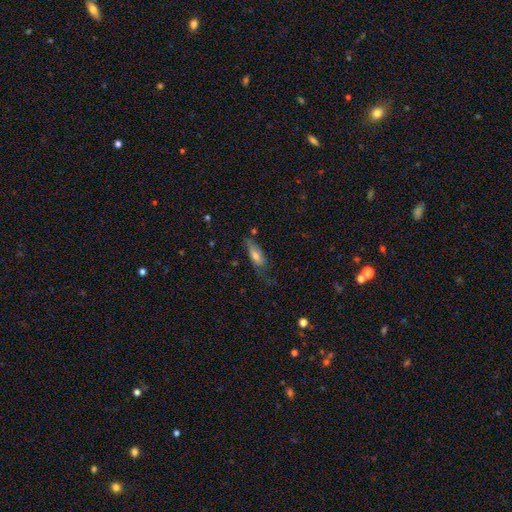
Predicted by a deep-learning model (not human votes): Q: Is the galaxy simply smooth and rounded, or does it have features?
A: smooth — 57%.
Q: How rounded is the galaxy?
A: in between — 65%.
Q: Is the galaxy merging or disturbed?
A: none — 50%.